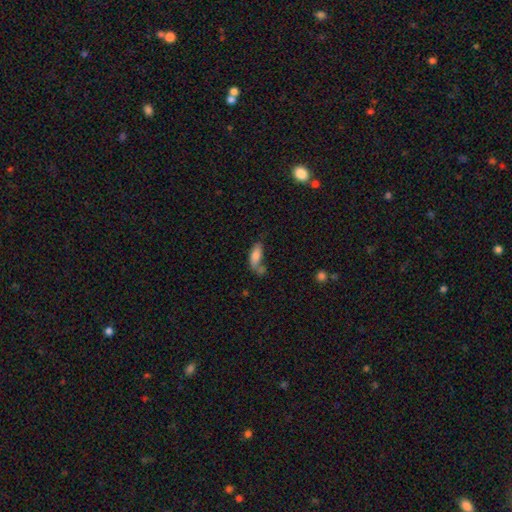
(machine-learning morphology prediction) type=smooth (77%); roundness=in between (77%); merging=none (34%).